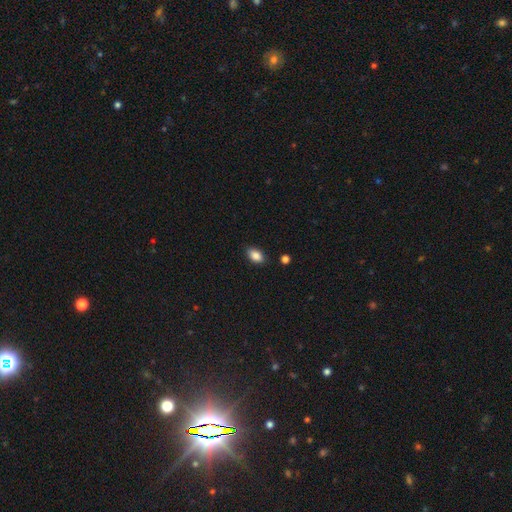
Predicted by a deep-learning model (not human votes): A smooth galaxy with no disk features (87%) that is in between round and cigar-shaped (90%).

Vote fractions:
- Smooth or featured? smooth: 87% / star or artifact: 8% / featured or disk: 4%
- How rounded? in between: 90% / round: 8% / cigar-shaped: 2%
- Merging? none: 86% / minor disturbance: 10% / major disturbance: 2% / merger: 2%